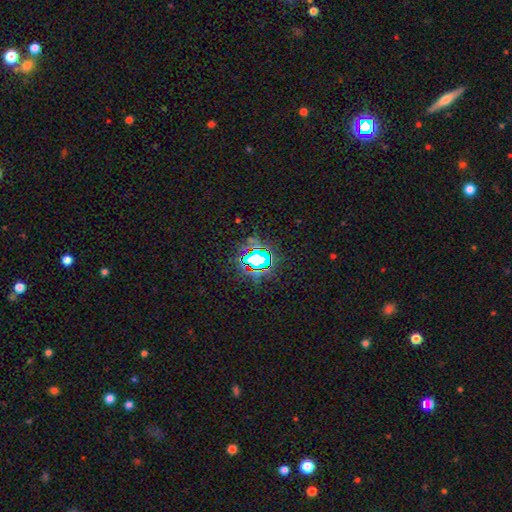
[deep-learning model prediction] Overall: star or artifact (71%).